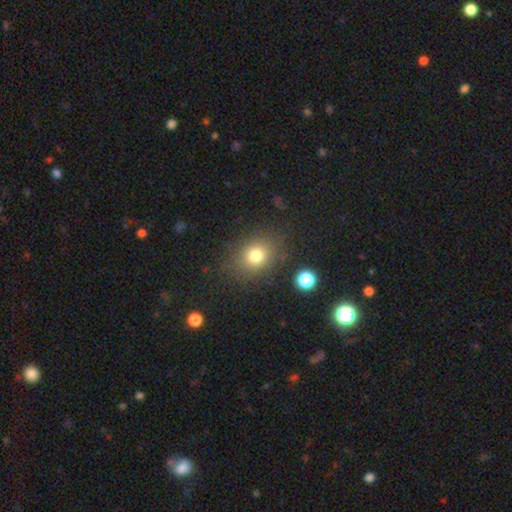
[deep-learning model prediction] smooth_or_featured: smooth (p=0.76) [alt: star or artifact p=0.15]
how_rounded: round (p=0.56) [alt: in between p=0.43]
merging: none (p=0.81) [alt: minor disturbance p=0.11]